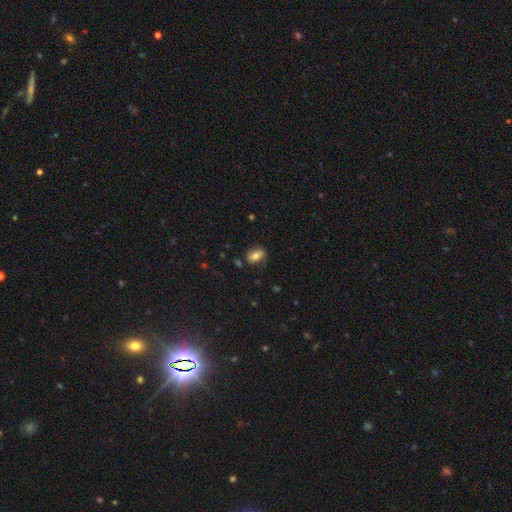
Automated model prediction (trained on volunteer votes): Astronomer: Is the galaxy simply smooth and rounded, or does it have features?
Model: smooth — 74%.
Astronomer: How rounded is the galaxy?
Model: in between — 86%.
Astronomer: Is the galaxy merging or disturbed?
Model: none — 75%.